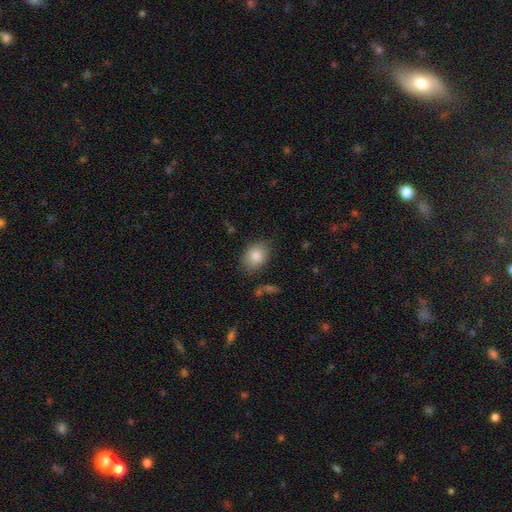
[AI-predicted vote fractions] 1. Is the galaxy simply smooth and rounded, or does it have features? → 84% smooth, 8% featured or disk, 8% star or artifact.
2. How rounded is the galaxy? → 75% in between, 24% round, 1% cigar-shaped.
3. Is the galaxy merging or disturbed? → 78% none, 16% minor disturbance, 4% major disturbance, 2% merger.